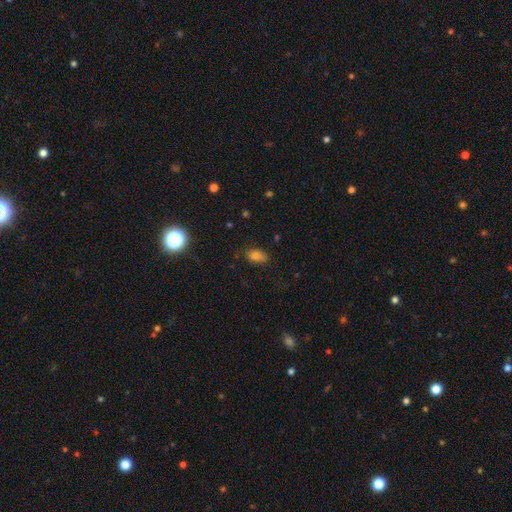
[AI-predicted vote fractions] Smooth or featured: smooth — 81% (star or artifact — 12%)
How rounded: in between — 89% (round — 8%)
Merging: none — 75% (minor disturbance — 19%)